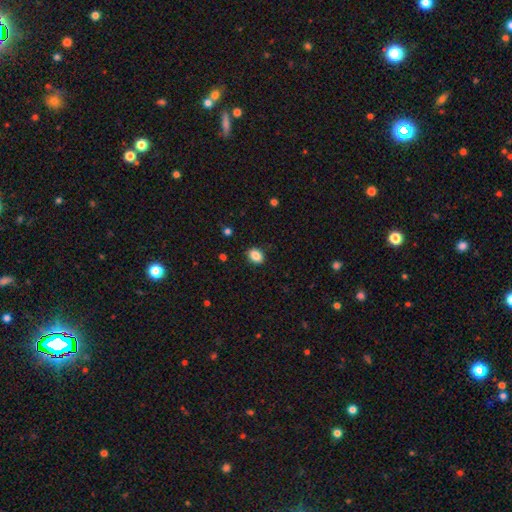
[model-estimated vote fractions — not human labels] Q: Smooth or featured?
A: smooth (87%); runner-up: star or artifact (9%)
Q: How rounded?
A: in between (67%); runner-up: round (32%)
Q: Merging?
A: none (89%); runner-up: minor disturbance (7%)